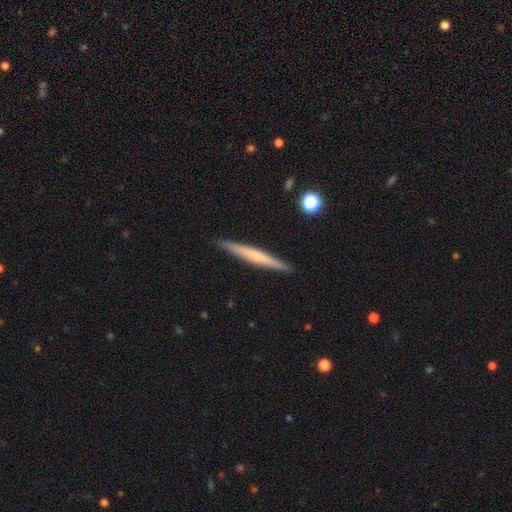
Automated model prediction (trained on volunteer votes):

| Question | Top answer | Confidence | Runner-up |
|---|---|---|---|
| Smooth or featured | smooth | 48% | featured or disk (46%) |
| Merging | none | 91% | minor disturbance (6%) |